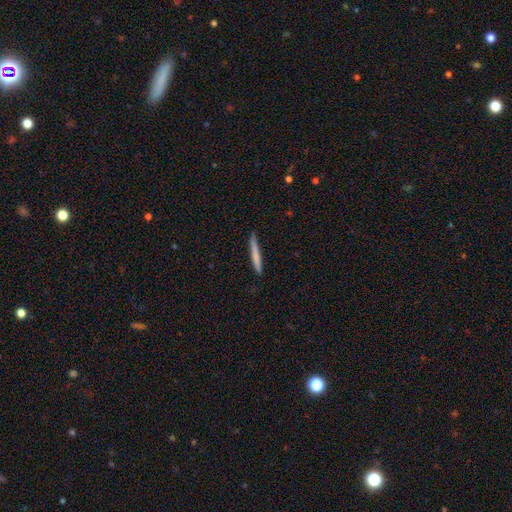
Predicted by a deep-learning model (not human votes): A smooth galaxy with no disk features (70%) that is cigar-shaped (97%). Merging: none (86%).